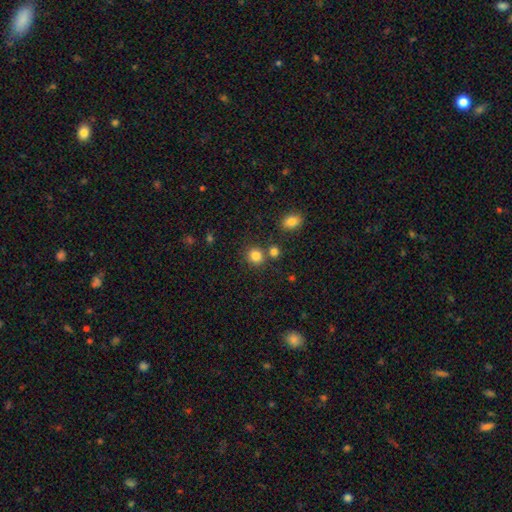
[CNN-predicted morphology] Smooth or featured? smooth (83%)
How rounded? round (84%)
Merging? none (74%)